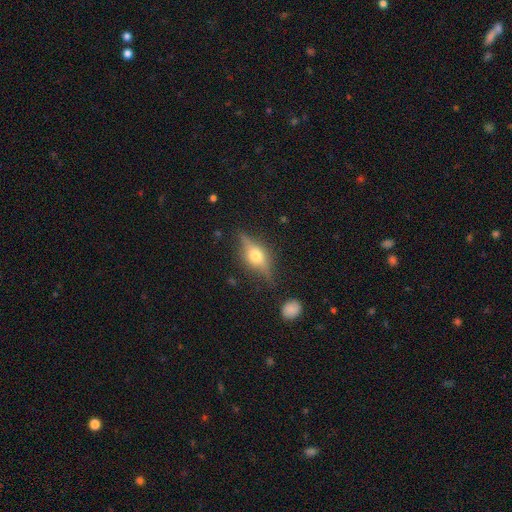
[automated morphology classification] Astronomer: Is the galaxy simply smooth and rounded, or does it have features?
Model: featured or disk — 68%.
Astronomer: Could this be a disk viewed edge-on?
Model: yes — 92%.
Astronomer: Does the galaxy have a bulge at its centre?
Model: rounded — 95%.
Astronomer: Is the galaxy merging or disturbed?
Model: none — 80%.